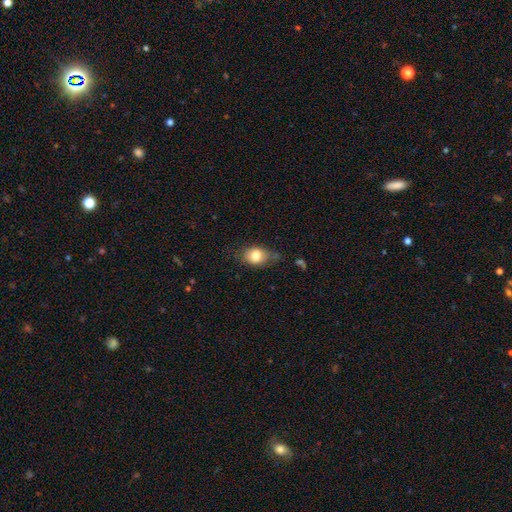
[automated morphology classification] The model was most divided on "merging": none: 57%, minor disturbance: 30%, major disturbance: 10%, merger: 4%. More confident: smooth or featured — smooth (80%); how rounded — in between (64%).